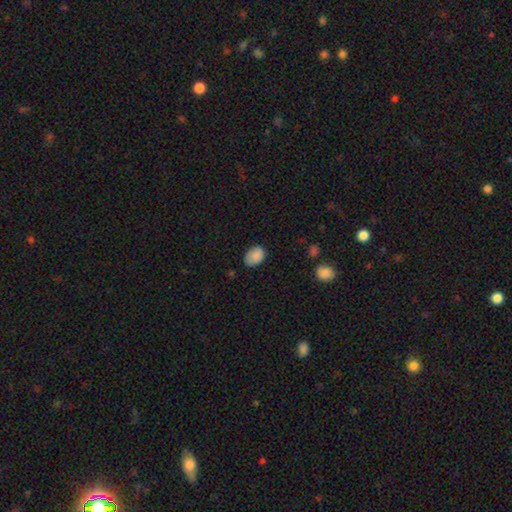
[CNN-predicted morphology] This is clearly a smooth galaxy (87%). How rounded: clearly in between (82%). Merging: likely none (73%).